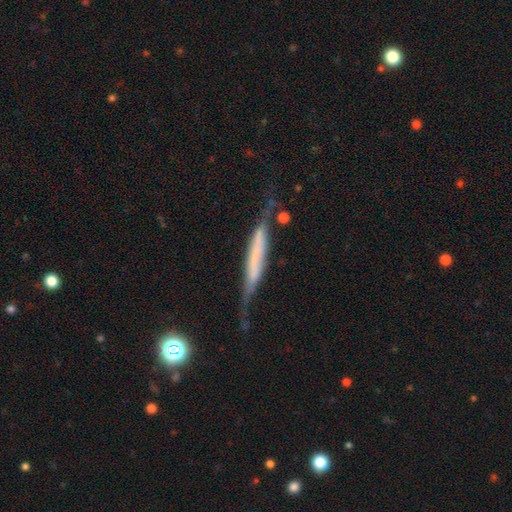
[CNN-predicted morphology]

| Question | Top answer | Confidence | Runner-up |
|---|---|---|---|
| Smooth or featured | featured or disk | 56% | smooth (37%) |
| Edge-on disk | yes | 85% | no (15%) |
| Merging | none | 51% | minor disturbance (29%) |